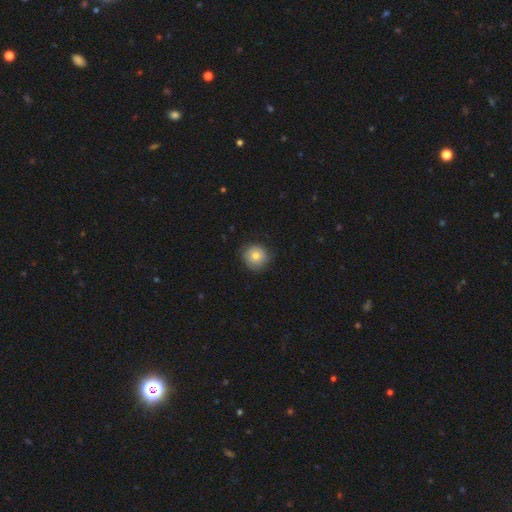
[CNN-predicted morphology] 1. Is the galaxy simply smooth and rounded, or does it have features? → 77% smooth, 14% featured or disk, 9% star or artifact.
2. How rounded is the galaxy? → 93% round, 6% in between, 1% cigar-shaped.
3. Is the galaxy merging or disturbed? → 82% none, 14% minor disturbance, 3% major disturbance, 1% merger.